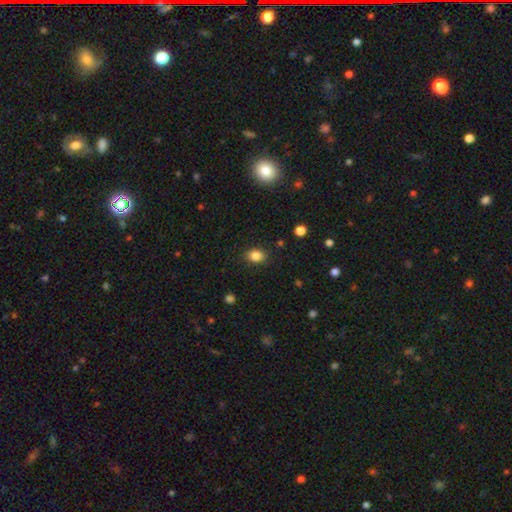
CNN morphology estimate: Smooth or featured? Predicted: smooth (p=0.85). How rounded? Predicted: in between (p=0.62). Merging? Predicted: none (p=0.87).